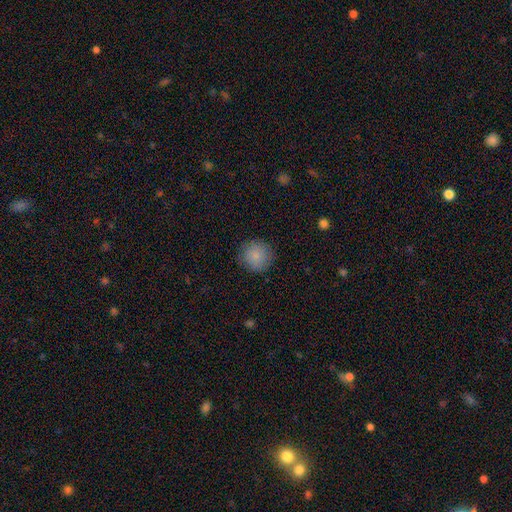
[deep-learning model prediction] The model was most divided on "merging": none: 87%, minor disturbance: 10%, major disturbance: 3%, merger: 1%. More confident: how rounded — round (93%); smooth or featured — smooth (87%).